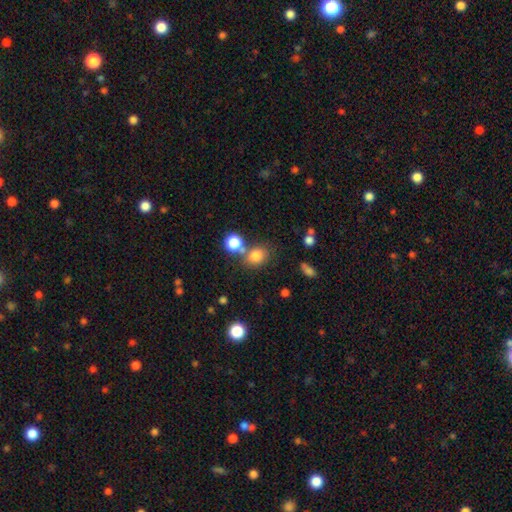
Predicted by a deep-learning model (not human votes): smooth-or-featured: smooth: 78% | star or artifact: 13% | featured or disk: 9%
  how-rounded: round: 65% | in between: 34% | cigar-shaped: 1%
  merging: none: 61% | merger: 21% | minor disturbance: 13% | major disturbance: 5%